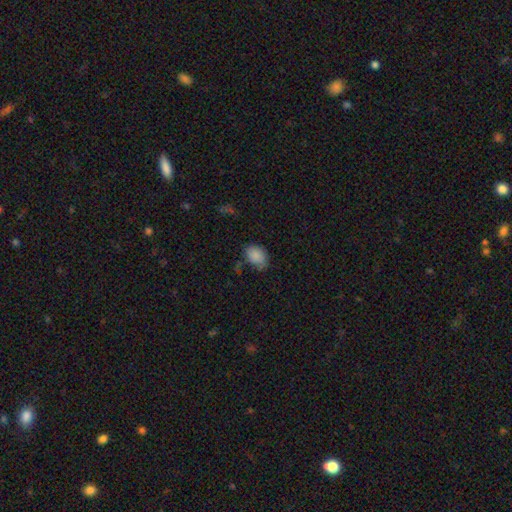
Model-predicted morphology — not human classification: Smooth or featured?
  - smooth: 86% *
  - star or artifact: 9%
  - featured or disk: 6%
How rounded?
  - in between: 81% *
  - round: 18%
  - cigar-shaped: 1%
Merging?
  - none: 61% *
  - minor disturbance: 29%
  - major disturbance: 7%
  - merger: 4%